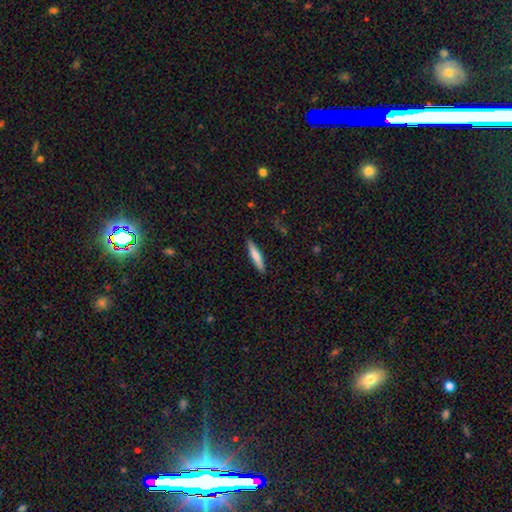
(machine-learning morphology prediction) Q: Smooth or featured?
A: smooth (71%); runner-up: featured or disk (23%)
Q: How rounded?
A: cigar-shaped (88%); runner-up: in between (11%)
Q: Merging?
A: none (89%); runner-up: minor disturbance (8%)